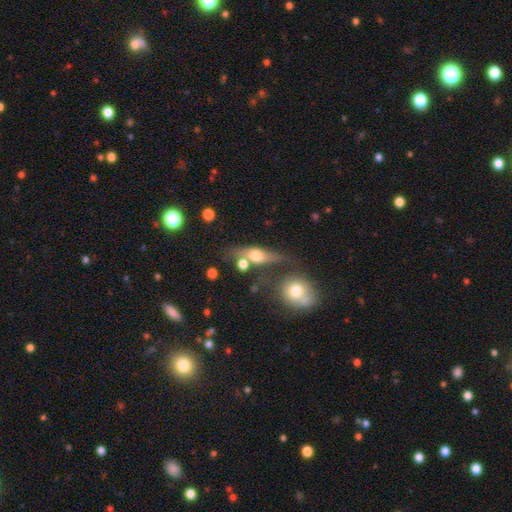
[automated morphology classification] Smooth or featured: smooth — 48% (featured or disk — 41%)
Merging: none — 53% (merger — 20%)